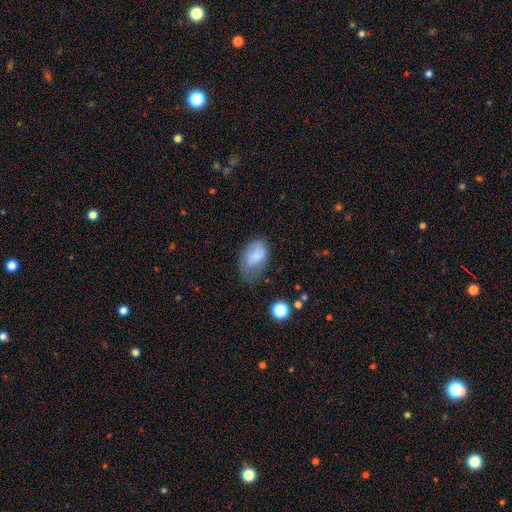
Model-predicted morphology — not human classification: This appears to be a smooth galaxy with no disk features (70%) that is in between round and cigar-shaped (87%). Merging: none (40%).